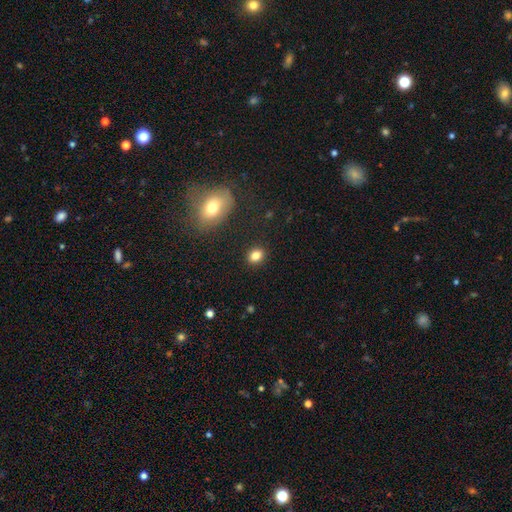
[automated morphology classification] Smooth or featured?
  - smooth: 84% *
  - star or artifact: 10%
  - featured or disk: 6%
How rounded?
  - in between: 51% *
  - round: 48%
  - cigar-shaped: 1%
Merging?
  - none: 89% *
  - minor disturbance: 7%
  - major disturbance: 2%
  - merger: 2%